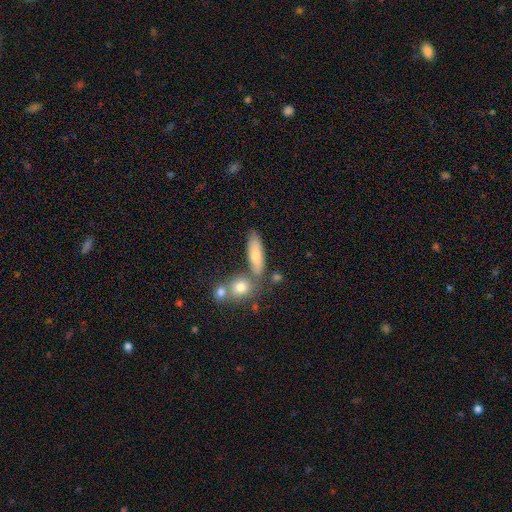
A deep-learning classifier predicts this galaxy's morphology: Smooth or featured: smooth — 74% (featured or disk — 18%)
How rounded: in between — 53% (cigar-shaped — 41%)
Merging: none — 60% (merger — 20%)